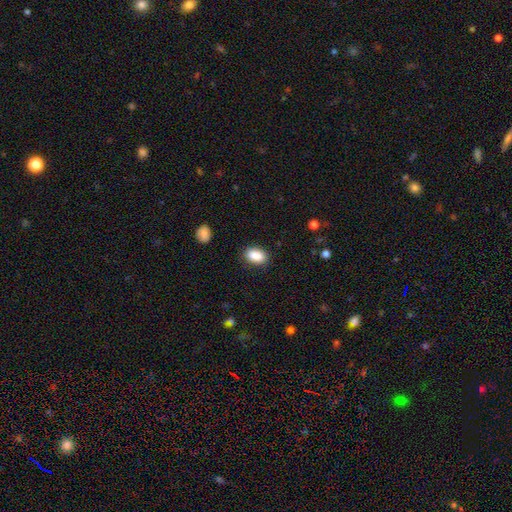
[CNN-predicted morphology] Q: Smooth or featured?
A: smooth (89%); runner-up: star or artifact (7%)
Q: How rounded?
A: in between (89%); runner-up: round (9%)
Q: Merging?
A: none (86%); runner-up: minor disturbance (10%)